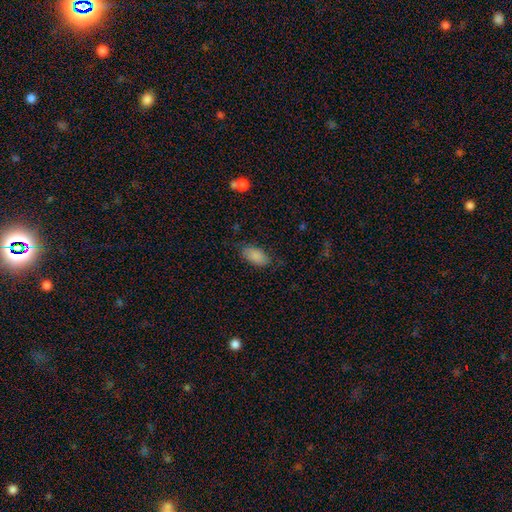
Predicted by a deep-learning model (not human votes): Q: Smooth or featured?
A: smooth (86%); runner-up: featured or disk (7%)
Q: How rounded?
A: in between (93%); runner-up: cigar-shaped (4%)
Q: Merging?
A: none (75%); runner-up: minor disturbance (19%)